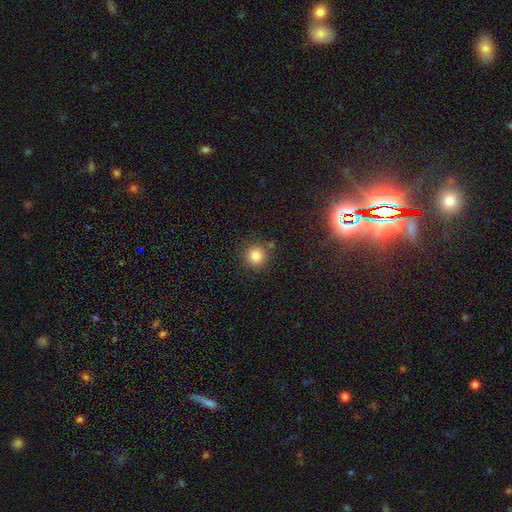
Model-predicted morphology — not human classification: smooth 83%, star or artifact 11%, featured or disk 5%. Down the decision tree: how rounded — round (94%); merging — none (83%).